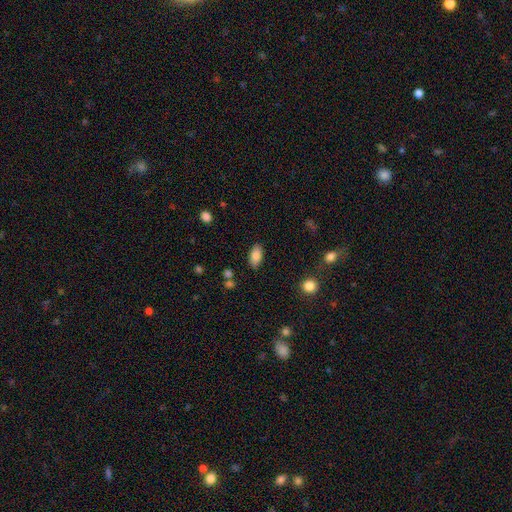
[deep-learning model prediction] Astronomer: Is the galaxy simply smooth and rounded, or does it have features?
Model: smooth — 83%.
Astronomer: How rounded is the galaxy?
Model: in between — 92%.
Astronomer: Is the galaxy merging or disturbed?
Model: none — 85%.